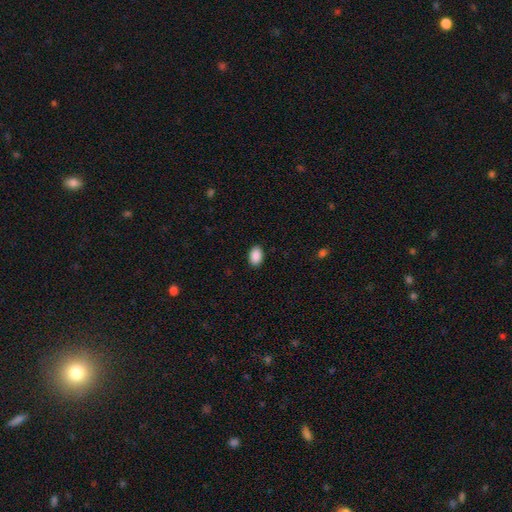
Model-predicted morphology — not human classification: Smooth or featured? smooth (91%)
How rounded? in between (87%)
Merging? none (89%)